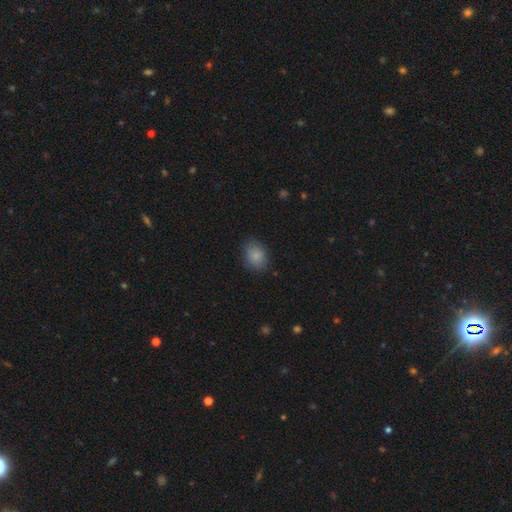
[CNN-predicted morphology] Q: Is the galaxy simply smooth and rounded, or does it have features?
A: smooth — 87%.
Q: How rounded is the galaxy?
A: in between — 71%.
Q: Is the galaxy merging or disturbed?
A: none — 82%.